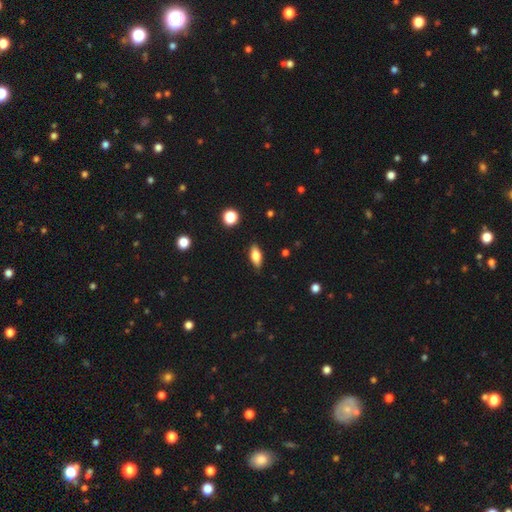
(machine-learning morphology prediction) A smooth galaxy with no disk features (73%) that is in between round and cigar-shaped (79%). Merging: none (86%).